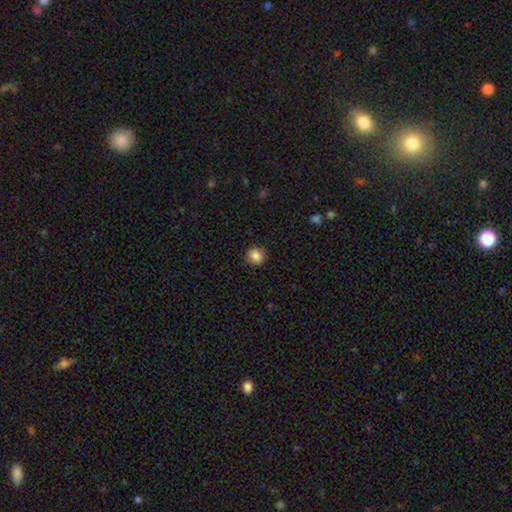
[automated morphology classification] type=smooth (86%); roundness=round (81%); merging=none (89%).